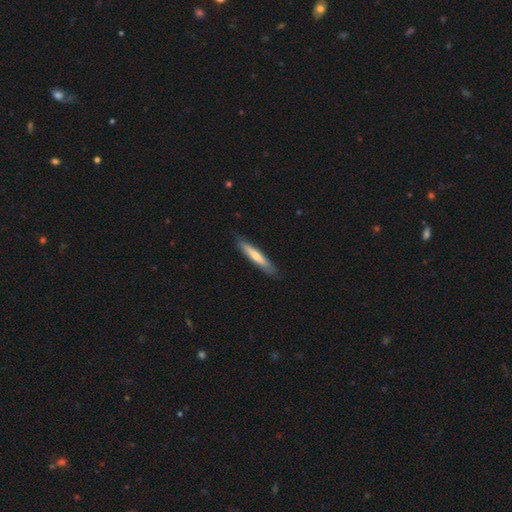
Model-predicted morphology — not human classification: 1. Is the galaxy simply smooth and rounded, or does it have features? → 58% smooth, 37% featured or disk, 5% star or artifact.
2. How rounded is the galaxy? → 90% cigar-shaped, 8% in between, 1% round.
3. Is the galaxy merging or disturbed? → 86% none, 12% minor disturbance, 2% major disturbance, 1% merger.